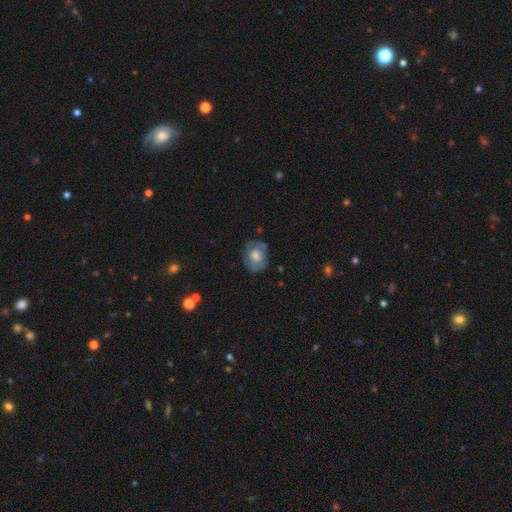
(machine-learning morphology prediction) A smooth galaxy with no disk features (49%). Merging: none (71%).